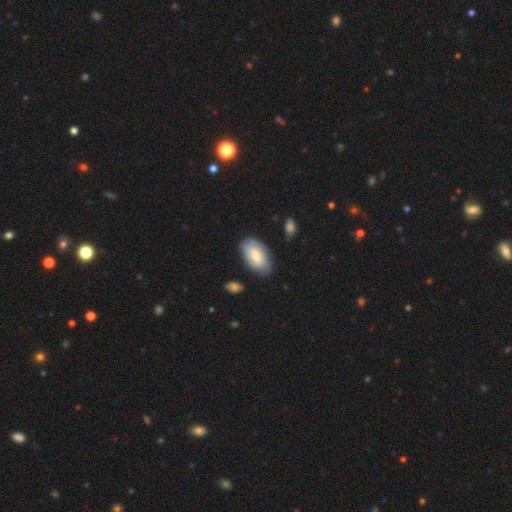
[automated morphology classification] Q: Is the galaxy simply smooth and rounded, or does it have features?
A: smooth — 61%.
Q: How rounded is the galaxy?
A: in between — 94%.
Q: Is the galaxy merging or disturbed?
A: none — 72%.